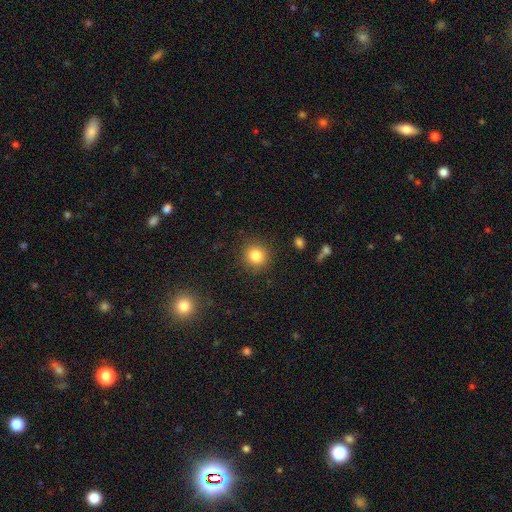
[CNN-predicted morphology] smooth-or-featured: smooth: 83% | star or artifact: 11% | featured or disk: 6%
  how-rounded: round: 91% | in between: 8% | cigar-shaped: 1%
  merging: none: 89% | minor disturbance: 7% | major disturbance: 3% | merger: 1%